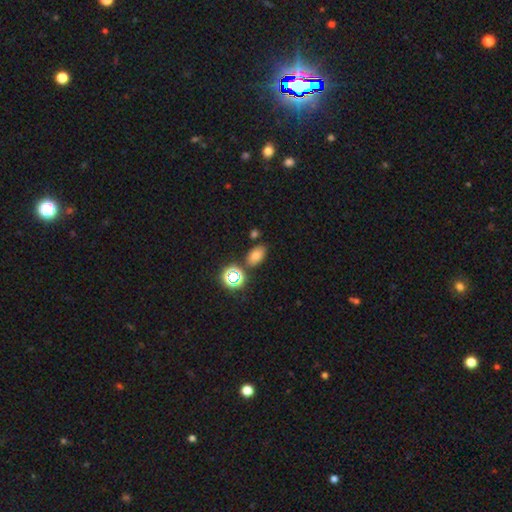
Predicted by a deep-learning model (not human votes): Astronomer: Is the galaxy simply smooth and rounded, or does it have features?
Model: smooth — 72%.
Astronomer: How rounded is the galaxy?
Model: in between — 86%.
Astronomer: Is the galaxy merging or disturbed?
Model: none — 78%.